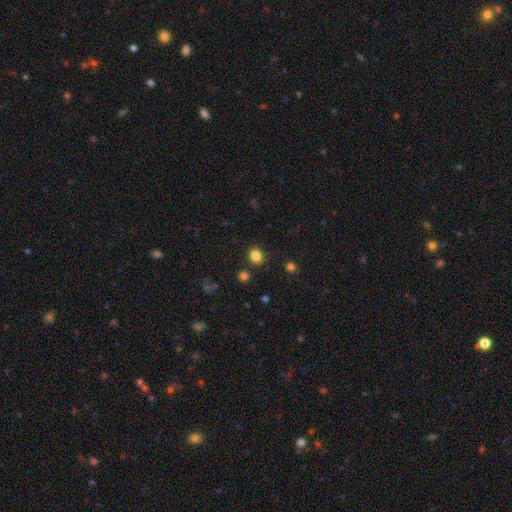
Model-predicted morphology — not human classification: smooth-or-featured: smooth: 83% | star or artifact: 12% | featured or disk: 4%
  how-rounded: round: 77% | in between: 22% | cigar-shaped: 1%
  merging: none: 86% | minor disturbance: 8% | merger: 4% | major disturbance: 3%